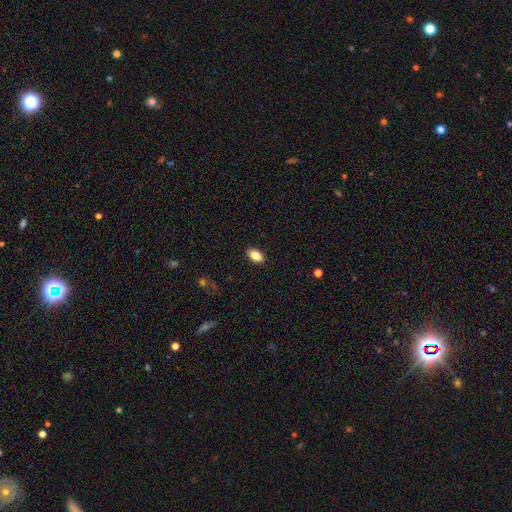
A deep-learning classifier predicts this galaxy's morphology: The model was most divided on "smooth or featured": smooth: 83%, featured or disk: 9%, star or artifact: 8%. More confident: how rounded — in between (91%); merging — none (89%).